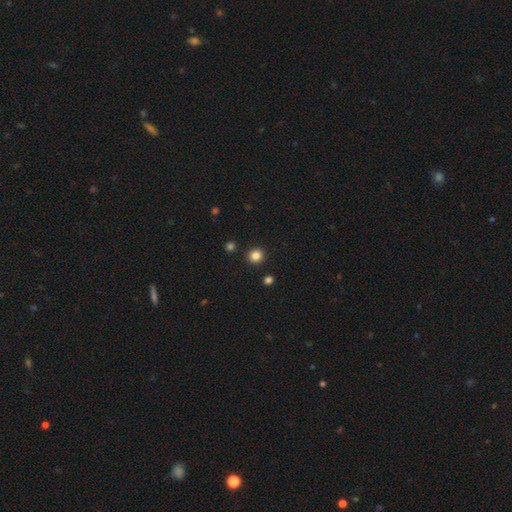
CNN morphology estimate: Smooth or featured?
  - smooth: 84% *
  - star or artifact: 12%
  - featured or disk: 4%
How rounded?
  - round: 92% *
  - in between: 7%
  - cigar-shaped: 1%
Merging?
  - none: 91% *
  - minor disturbance: 5%
  - merger: 2%
  - major disturbance: 2%